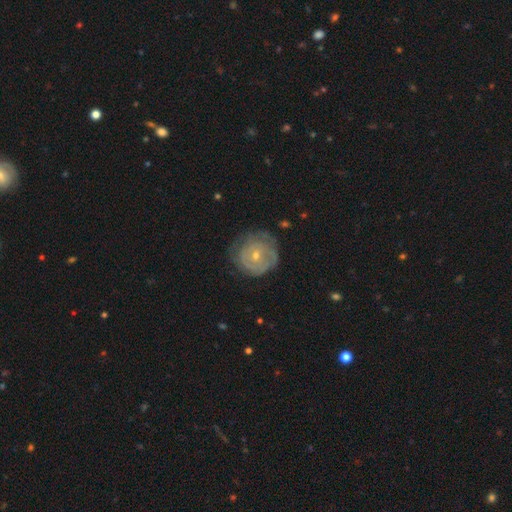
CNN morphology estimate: A featured or disk galaxy (67%) with no bar (75%), spiral arms (74%) and a small central bulge (60%).

Vote fractions:
- Smooth or featured? featured or disk: 67% / smooth: 27% / star or artifact: 7%
- Edge-on disk? no: 97% / yes: 3%
- Bar? no: 75% / weak: 21% / strong: 4%
- Spiral arms? yes: 74% / no: 26%
- Bulge size? small: 60% / moderate: 37% / large: 1% / none: 1% / dominant: 1%
- Merging? none: 63% / minor disturbance: 24% / major disturbance: 11% / merger: 1%